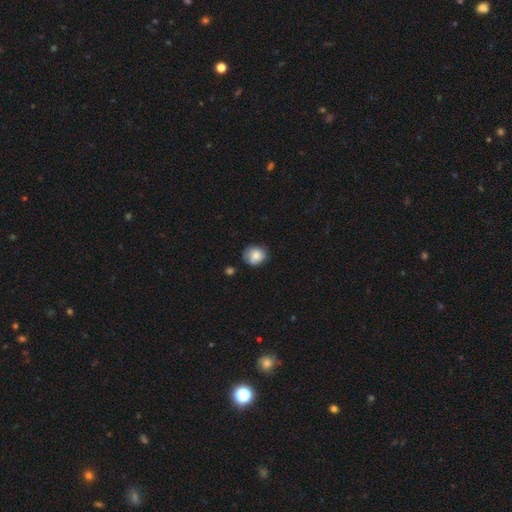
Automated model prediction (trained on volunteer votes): This is likely a smooth galaxy (78%). How rounded: likely round (73%). Merging: likely none (64%).